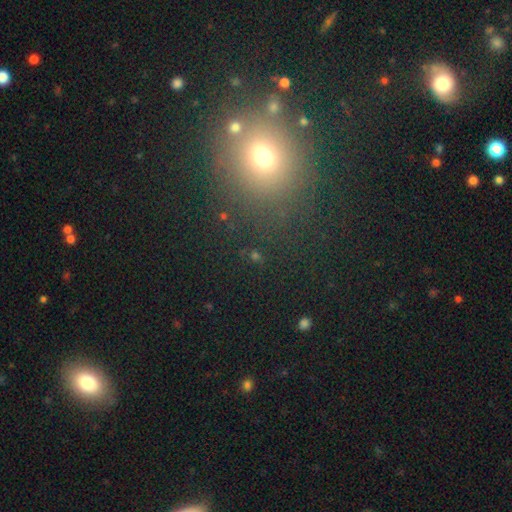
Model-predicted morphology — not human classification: Smooth or featured?
  - star or artifact: 45% *
  - smooth: 44%
  - featured or disk: 11%